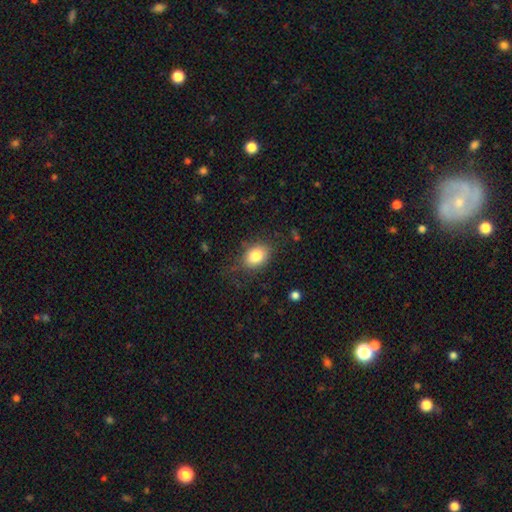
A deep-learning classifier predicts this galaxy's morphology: Smooth or featured?
  - smooth: 81% *
  - featured or disk: 9%
  - star or artifact: 9%
How rounded?
  - in between: 66% *
  - round: 33%
  - cigar-shaped: 1%
Merging?
  - none: 75% *
  - minor disturbance: 17%
  - major disturbance: 6%
  - merger: 2%